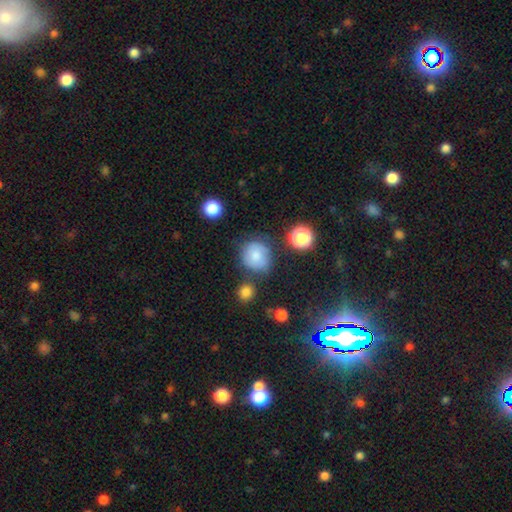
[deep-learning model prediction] A smooth galaxy with no disk features (78%) that is round (81%). Merging: none (65%).